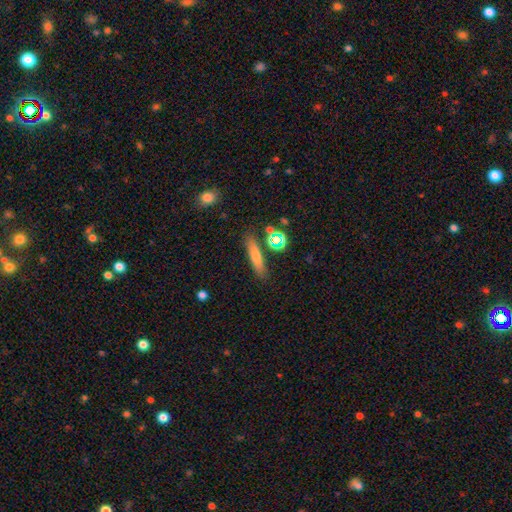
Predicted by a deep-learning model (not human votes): Q: Smooth or featured?
A: smooth (66%); runner-up: featured or disk (22%)
Q: How rounded?
A: cigar-shaped (78%); runner-up: in between (17%)
Q: Merging?
A: none (81%); runner-up: minor disturbance (11%)